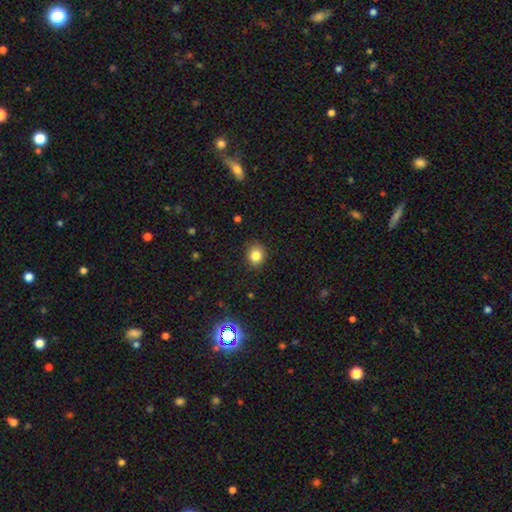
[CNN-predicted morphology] Overall: smooth (82%). How rounded: round (71%). Merging: none (86%).